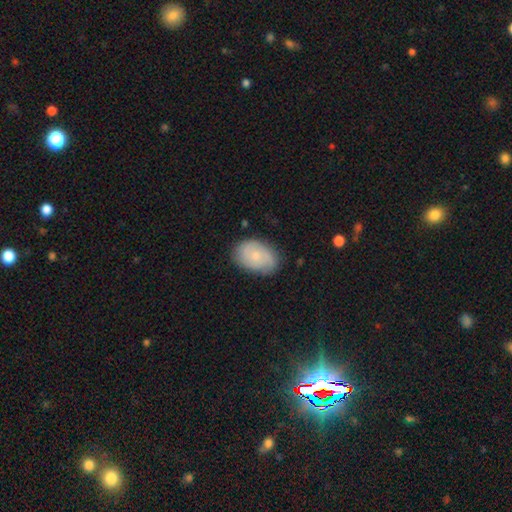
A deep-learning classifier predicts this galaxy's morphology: This appears to be a smooth galaxy with no disk features (55%) that is in between round and cigar-shaped (84%). Merging: none (76%).